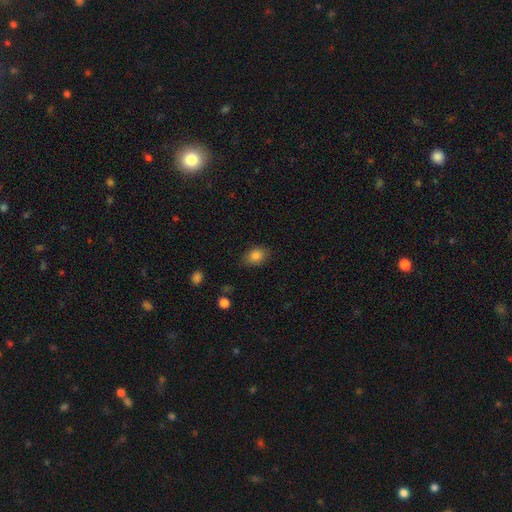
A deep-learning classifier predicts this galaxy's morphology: This appears to be a smooth galaxy with no disk features (83%) that is in between round and cigar-shaped (72%). Merging: none (82%).